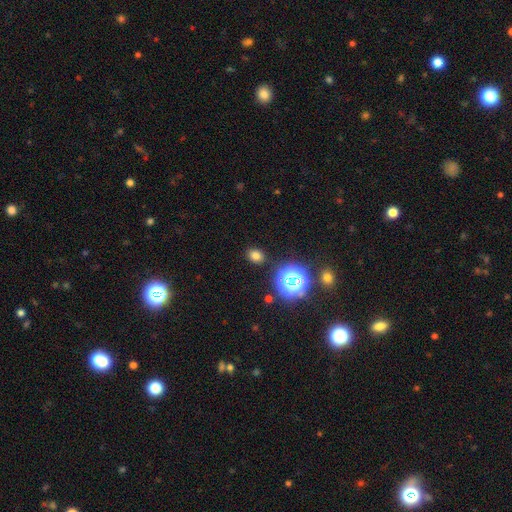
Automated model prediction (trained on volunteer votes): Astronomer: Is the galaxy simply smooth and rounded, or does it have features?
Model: smooth — 70%.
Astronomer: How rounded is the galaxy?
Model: in between — 56% (runner-up: round, 43%).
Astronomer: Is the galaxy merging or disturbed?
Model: none — 86%.